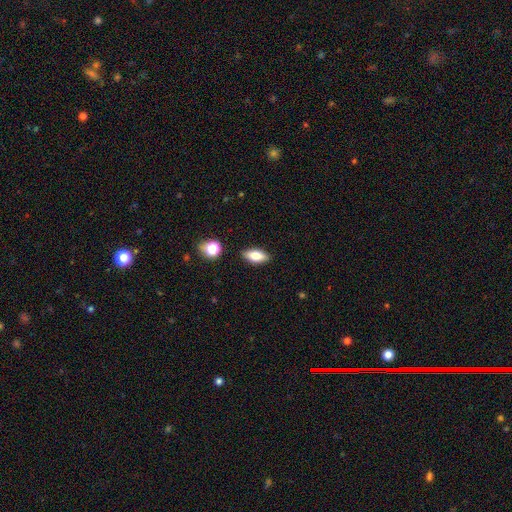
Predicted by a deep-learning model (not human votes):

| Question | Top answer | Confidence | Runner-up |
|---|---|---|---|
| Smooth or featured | smooth | 77% | featured or disk (15%) |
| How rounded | in between | 82% | cigar-shaped (14%) |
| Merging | none | 86% | minor disturbance (9%) |